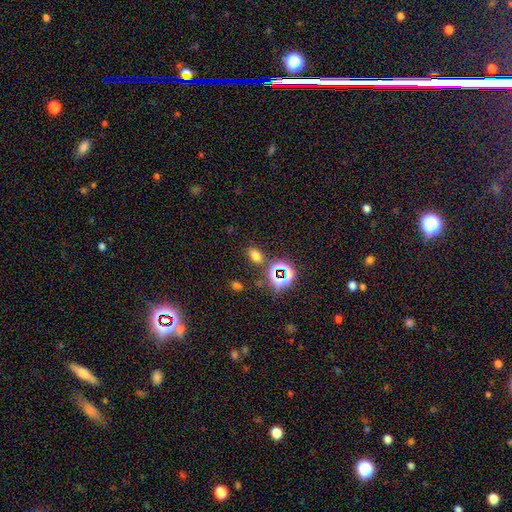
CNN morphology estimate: Smooth or featured? smooth (63%)
How rounded? in between (81%)
Merging? none (80%)